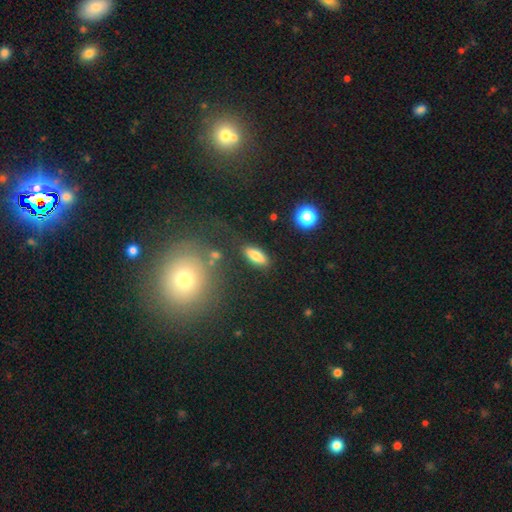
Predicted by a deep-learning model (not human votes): smooth_or_featured: smooth (p=0.80) [alt: featured or disk p=0.12]
how_rounded: in between (p=0.77) [alt: cigar-shaped p=0.19]
merging: none (p=0.84) [alt: minor disturbance p=0.10]